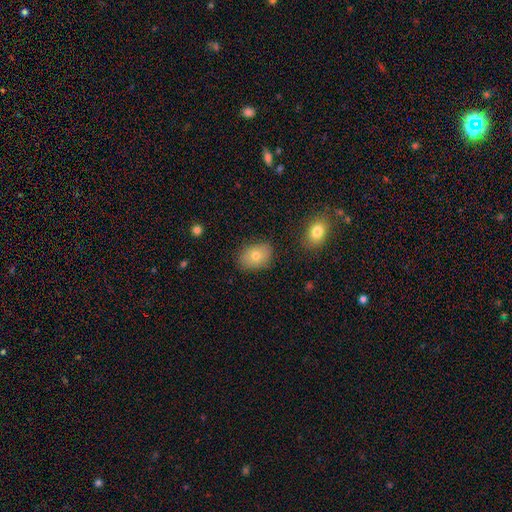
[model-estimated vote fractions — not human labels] Smooth or featured?
  - smooth: 75% *
  - featured or disk: 16%
  - star or artifact: 9%
How rounded?
  - in between: 72% *
  - round: 27%
  - cigar-shaped: 1%
Merging?
  - none: 83% *
  - minor disturbance: 13%
  - major disturbance: 3%
  - merger: 2%